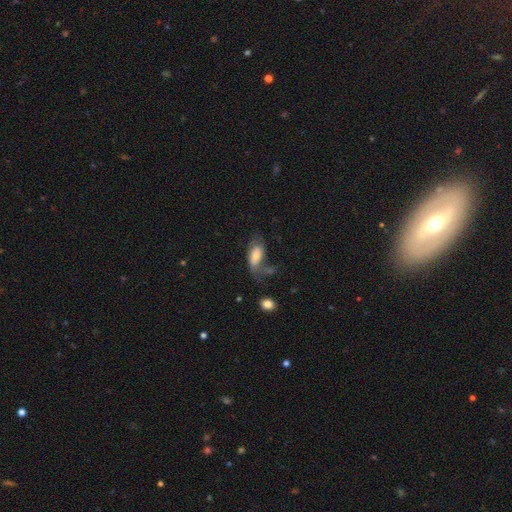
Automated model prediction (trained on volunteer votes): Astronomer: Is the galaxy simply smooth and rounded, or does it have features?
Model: smooth — 61%.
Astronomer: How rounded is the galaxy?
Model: in between — 88%.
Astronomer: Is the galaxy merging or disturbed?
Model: none — 34% (runner-up: major disturbance, 27%).